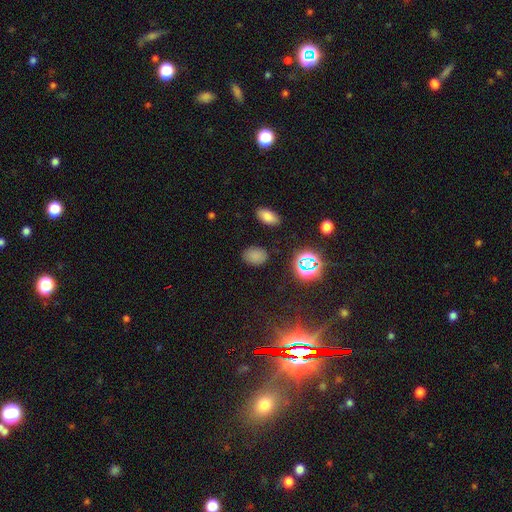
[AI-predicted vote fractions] This is likely a smooth galaxy (74%). How rounded: likely in between (72%). Merging: clearly none (83%).